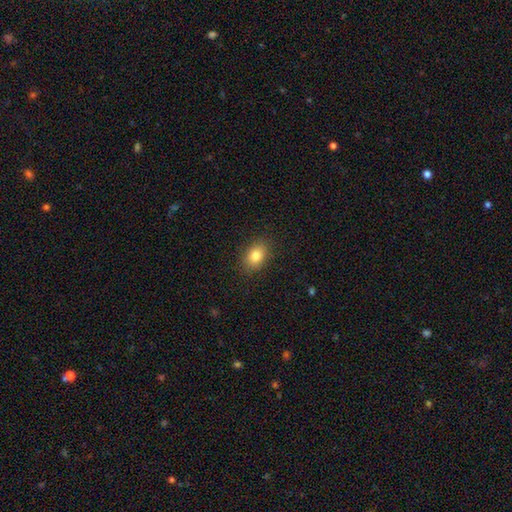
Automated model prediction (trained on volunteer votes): Q: Smooth or featured?
A: smooth (82%); runner-up: star or artifact (10%)
Q: How rounded?
A: in between (77%); runner-up: round (21%)
Q: Merging?
A: none (88%); runner-up: minor disturbance (9%)